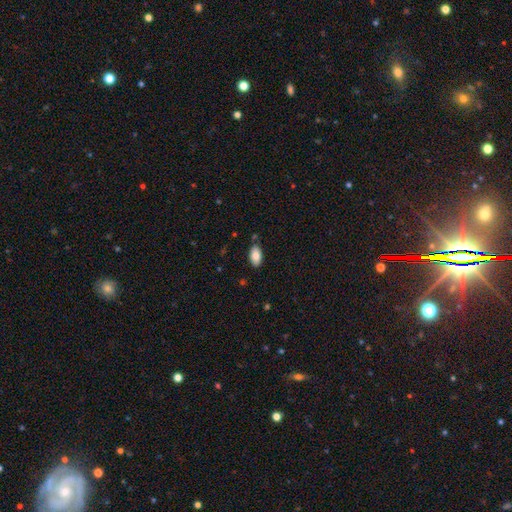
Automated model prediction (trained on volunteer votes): A smooth galaxy with no disk features (82%) that is in between round and cigar-shaped (94%). Merging: none (82%).